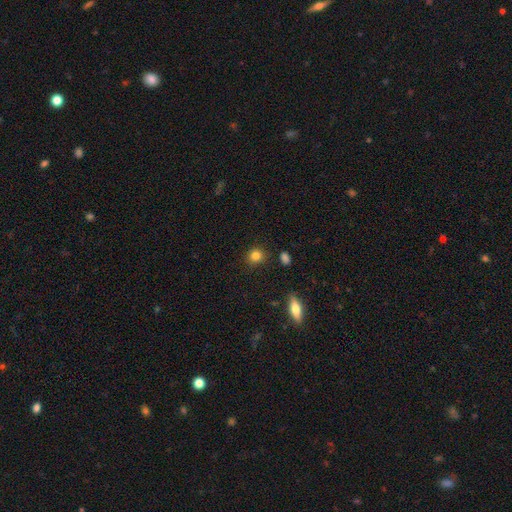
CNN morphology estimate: Smooth or featured? smooth (84%)
How rounded? round (84%)
Merging? none (87%)